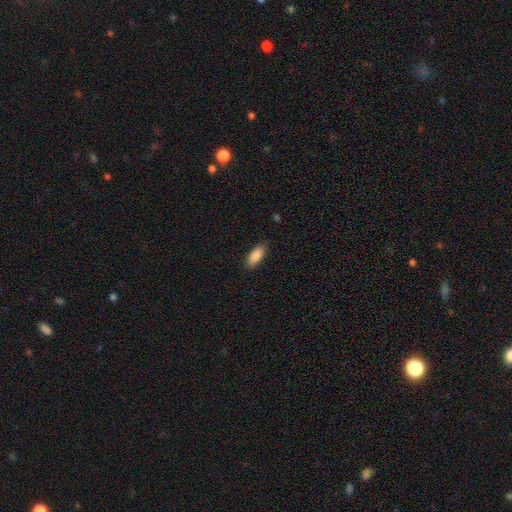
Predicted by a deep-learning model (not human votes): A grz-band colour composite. It shows a smooth galaxy with no disk features (88%) that is in between round and cigar-shaped (85%). Merging: none (87%).